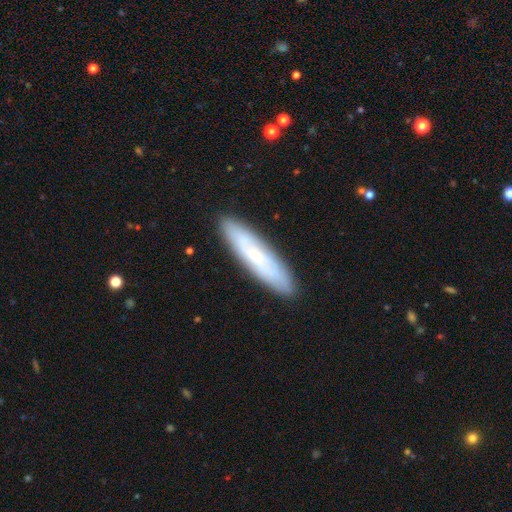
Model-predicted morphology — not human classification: Smooth or featured: smooth — 48% (featured or disk — 45%)
Merging: none — 89% (minor disturbance — 8%)